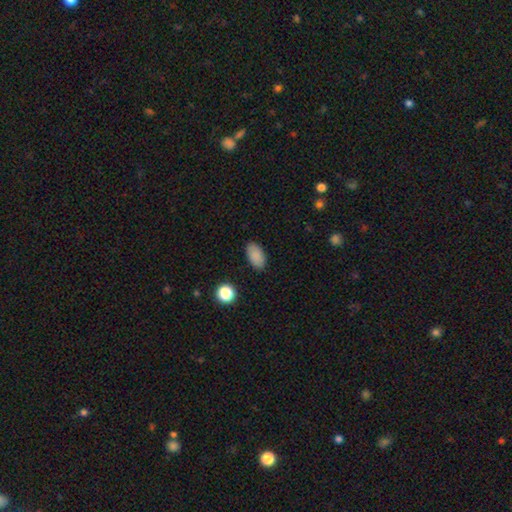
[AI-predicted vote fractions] Smooth or featured? smooth (87%)
How rounded? in between (93%)
Merging? none (87%)